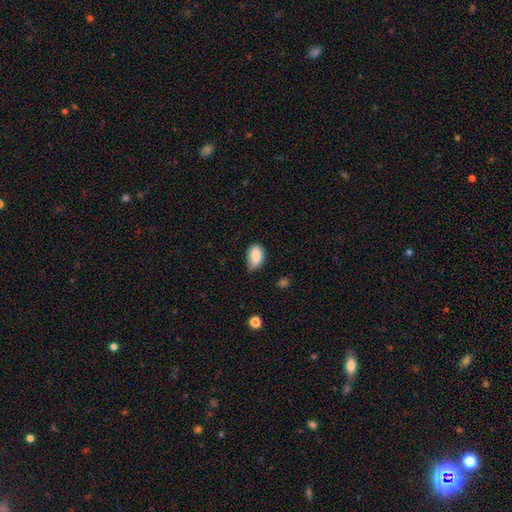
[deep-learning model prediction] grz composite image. It shows a smooth galaxy with no disk features (86%) that is in between round and cigar-shaped (88%). Merging: none (46%).